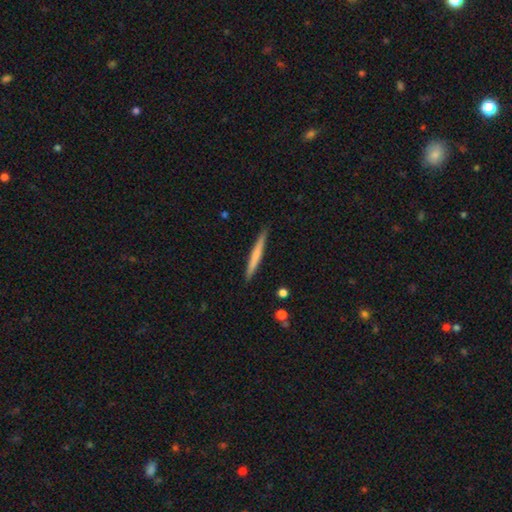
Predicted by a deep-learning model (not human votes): Q: Smooth or featured?
A: smooth (62%); runner-up: featured or disk (32%)
Q: How rounded?
A: cigar-shaped (97%); runner-up: in between (2%)
Q: Merging?
A: none (91%); runner-up: minor disturbance (7%)